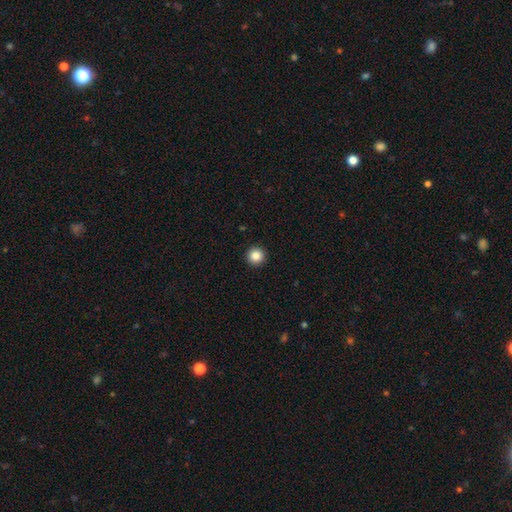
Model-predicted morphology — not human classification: type=smooth (86%); roundness=round (96%); merging=none (94%).